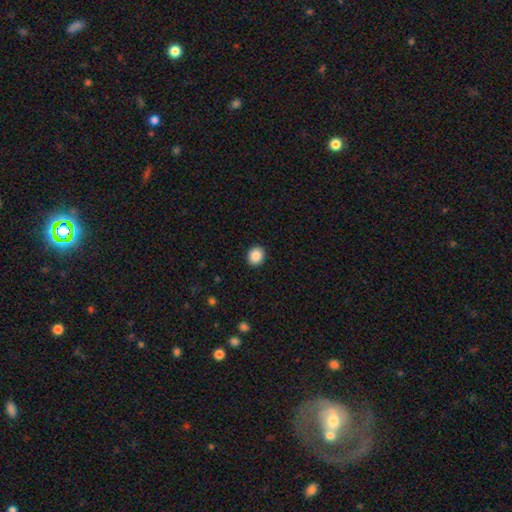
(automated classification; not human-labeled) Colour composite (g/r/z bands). It shows a smooth galaxy with no disk features (87%) that is round (80%). Merging: none (92%).